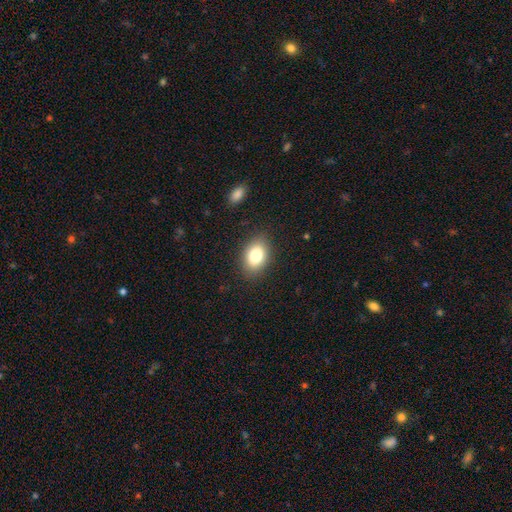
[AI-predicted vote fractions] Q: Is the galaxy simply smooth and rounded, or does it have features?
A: smooth — 81%.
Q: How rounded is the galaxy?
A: in between — 84%.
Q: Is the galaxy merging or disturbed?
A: none — 86%.